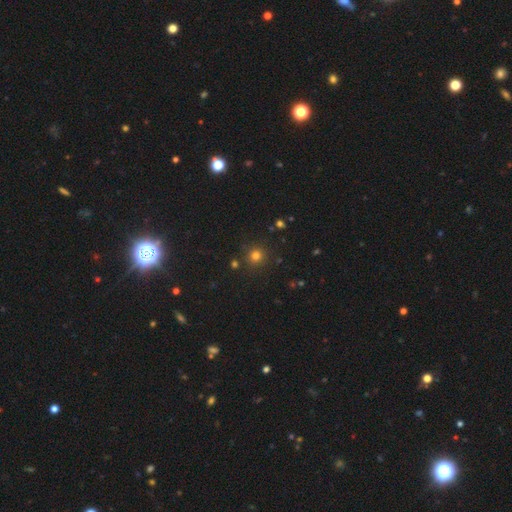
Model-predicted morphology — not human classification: Smooth or featured? Predicted: smooth (p=0.75). How rounded? Predicted: round (p=0.94). Merging? Predicted: none (p=0.87).